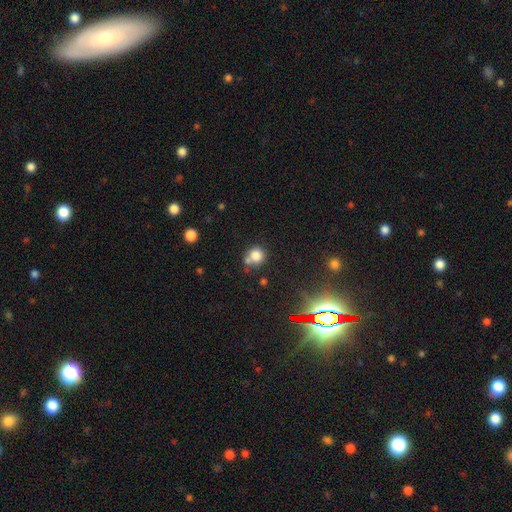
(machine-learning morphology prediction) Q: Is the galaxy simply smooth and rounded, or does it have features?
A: smooth — 78%.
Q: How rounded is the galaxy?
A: round — 85%.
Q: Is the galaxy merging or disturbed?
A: none — 53%.